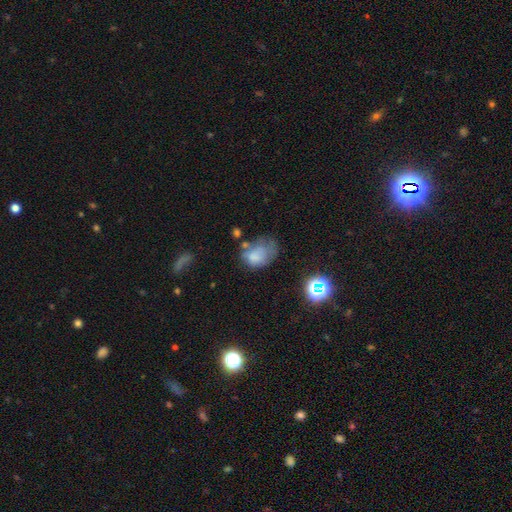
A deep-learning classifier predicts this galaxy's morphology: Smooth or featured: smooth — 63% (featured or disk — 22%)
How rounded: in between — 72% (round — 27%)
Merging: major disturbance — 32% (minor disturbance — 29%)